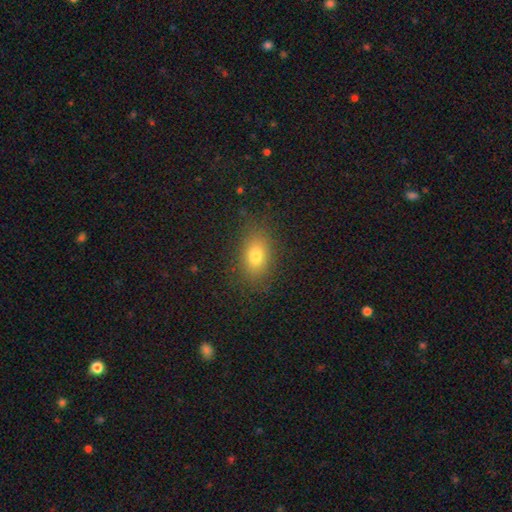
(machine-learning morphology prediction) Smooth or featured? Predicted: smooth (p=0.78). How rounded? Predicted: in between (p=0.79). Merging? Predicted: none (p=0.84).